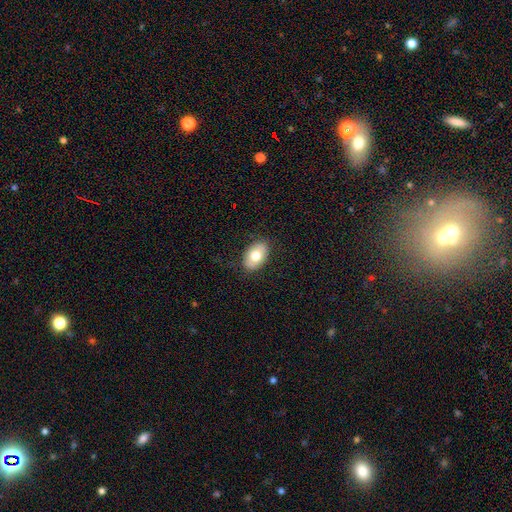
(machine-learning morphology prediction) smooth 73%, featured or disk 20%, star or artifact 7%. Down the decision tree: how rounded — in between (89%); merging — none (85%).